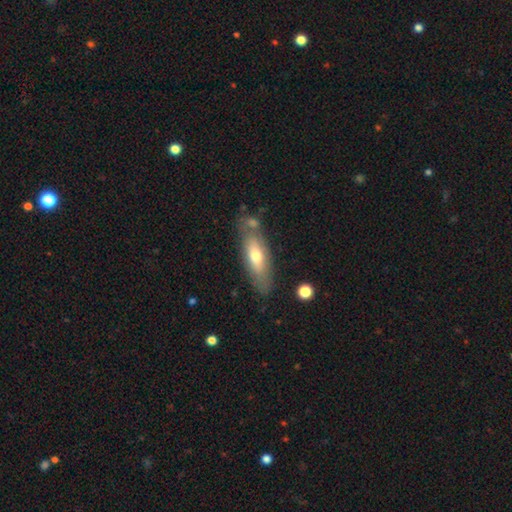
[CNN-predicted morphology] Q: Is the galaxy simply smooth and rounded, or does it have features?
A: smooth — 58%.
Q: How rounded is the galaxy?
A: in between — 51%.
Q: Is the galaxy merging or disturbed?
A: none — 70%.